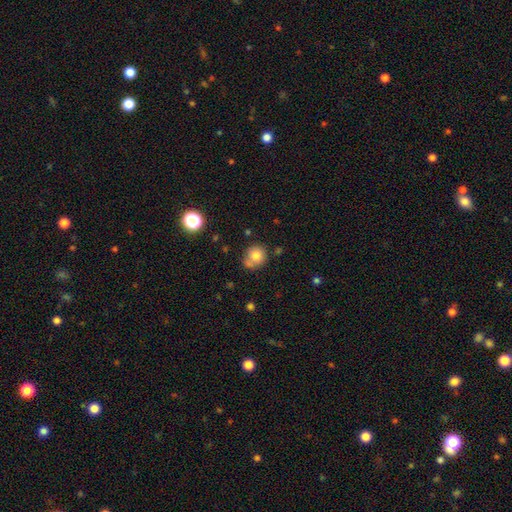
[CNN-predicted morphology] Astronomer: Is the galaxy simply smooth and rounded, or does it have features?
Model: smooth — 78%.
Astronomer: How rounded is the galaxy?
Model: round — 83%.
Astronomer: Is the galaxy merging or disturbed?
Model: none — 59%.